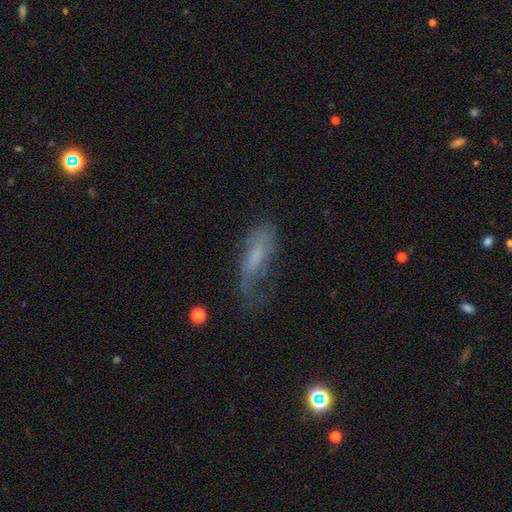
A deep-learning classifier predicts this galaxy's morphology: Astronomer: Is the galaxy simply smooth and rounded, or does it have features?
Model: featured or disk — 44%, tied with smooth at 44%.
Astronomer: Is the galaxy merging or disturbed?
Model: none — 39% (runner-up: major disturbance, 30%).